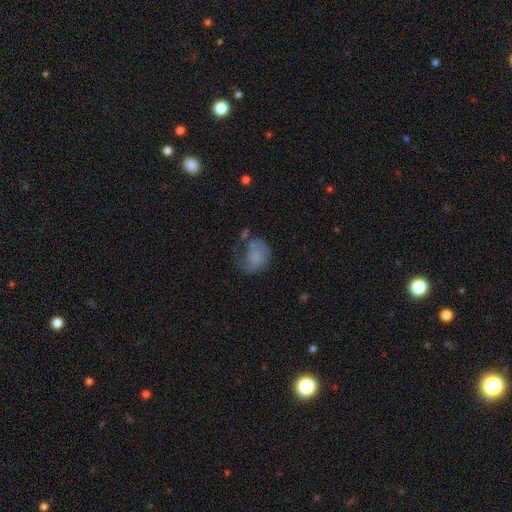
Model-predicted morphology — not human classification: smooth-or-featured: smooth: 57% | featured or disk: 32% | star or artifact: 11%
  how-rounded: in between: 58% | round: 41% | cigar-shaped: 1%
  merging: major disturbance: 39% | none: 29% | minor disturbance: 23% | merger: 8%